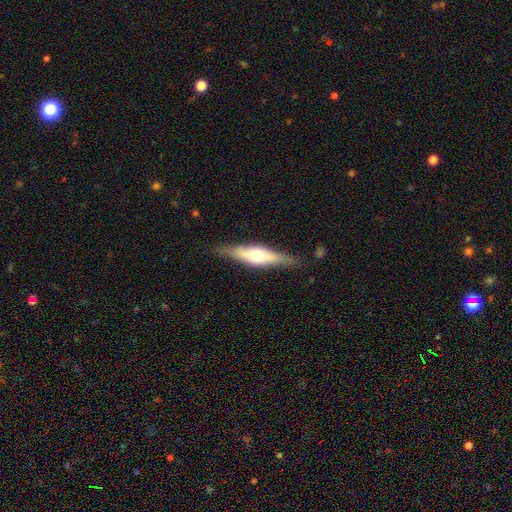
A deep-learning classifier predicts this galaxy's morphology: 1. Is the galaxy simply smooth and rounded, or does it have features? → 58% featured or disk, 36% smooth, 6% star or artifact.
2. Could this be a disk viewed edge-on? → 88% yes, 12% no.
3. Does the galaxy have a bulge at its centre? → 89% rounded, 7% boxy, 4% none.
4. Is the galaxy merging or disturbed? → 82% none, 13% minor disturbance, 4% major disturbance, 1% merger.